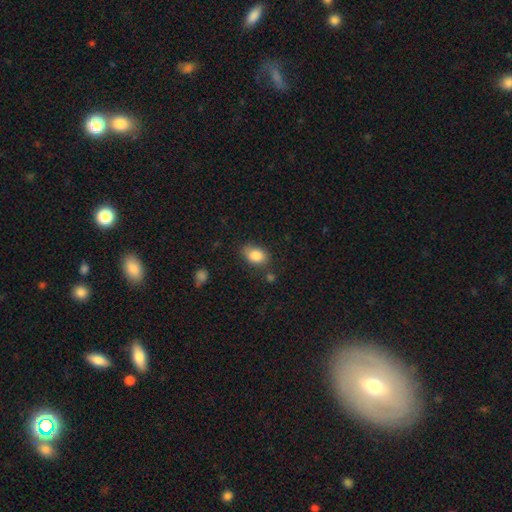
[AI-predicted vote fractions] The model was most divided on "merging": none: 73%, minor disturbance: 19%, merger: 4%, major disturbance: 4%. More confident: smooth or featured — smooth (85%); how rounded — in between (81%).